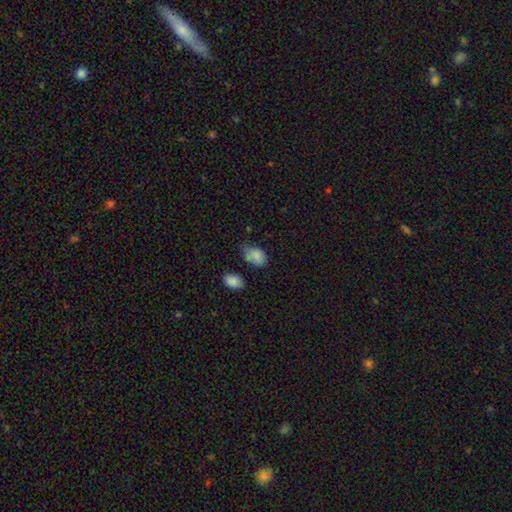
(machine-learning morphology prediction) Smooth or featured? Predicted: smooth (p=0.83). How rounded? Predicted: in between (p=0.83). Merging? Predicted: none (p=0.44).